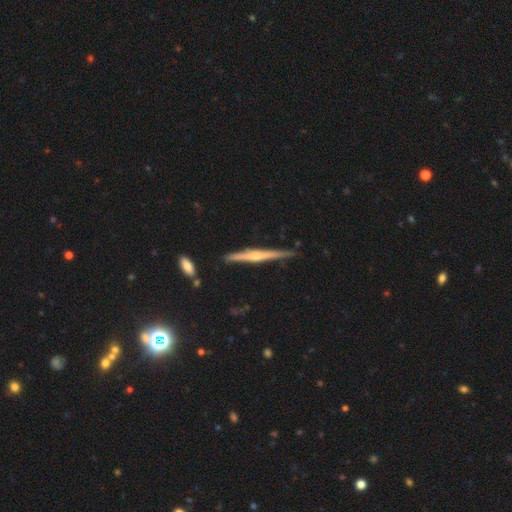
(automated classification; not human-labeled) Smooth or featured?
  - featured or disk: 74% *
  - smooth: 20%
  - star or artifact: 6%
Edge-on disk?
  - yes: 98% *
  - no: 2%
Edge-on bulge?
  - rounded: 75% *
  - none: 17%
  - boxy: 8%
Merging?
  - none: 86% *
  - minor disturbance: 10%
  - merger: 2%
  - major disturbance: 2%